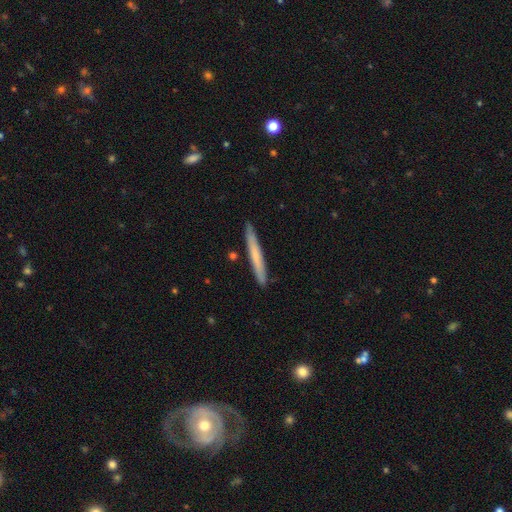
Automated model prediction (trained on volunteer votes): This appears to be a smooth galaxy with no disk features (62%) that is cigar-shaped (97%). Merging: none (90%).